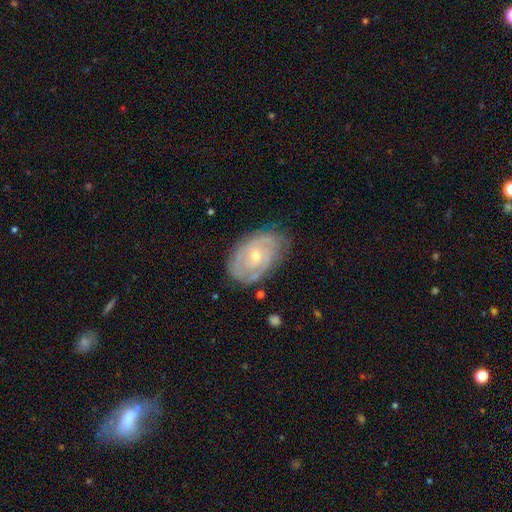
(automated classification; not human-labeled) A featured or disk galaxy (76%) with no bar (74%), tight (69%) spiral arms (82%) and a small central bulge (49%).

Vote fractions:
- Smooth or featured? featured or disk: 76% / smooth: 18% / star or artifact: 6%
- Edge-on disk? no: 95% / yes: 5%
- Bar? no: 74% / weak: 22% / strong: 4%
- Spiral arms? yes: 82% / no: 18%
- Spiral winding? tight: 69% / medium: 24% / loose: 7%
- Spiral arm count? can't tell: 43% / 2: 33% / 3: 12% / 1: 5% / 4: 4% / more than 4: 3%
- Bulge size? small: 49% / moderate: 48% / large: 1% / none: 1% / dominant: 1%
- Merging? none: 73% / minor disturbance: 20% / major disturbance: 5% / merger: 2%